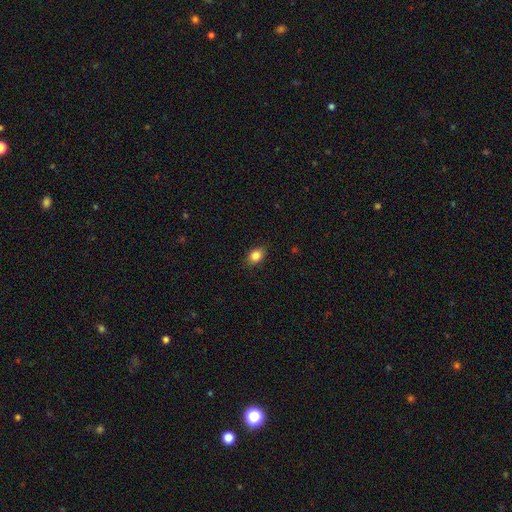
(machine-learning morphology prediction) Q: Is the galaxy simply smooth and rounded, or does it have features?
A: smooth — 85%.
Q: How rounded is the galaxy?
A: in between — 71%.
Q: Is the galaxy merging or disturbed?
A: none — 86%.